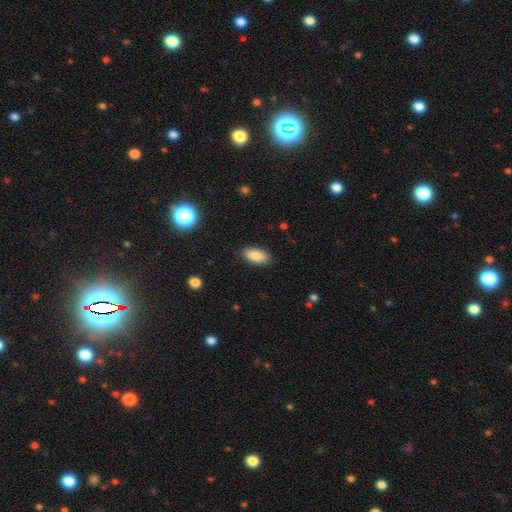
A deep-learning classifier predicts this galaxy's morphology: A smooth galaxy with no disk features (87%) that is in between round and cigar-shaped (89%).

Vote fractions:
- Smooth or featured? smooth: 87% / star or artifact: 7% / featured or disk: 6%
- How rounded? in between: 89% / cigar-shaped: 9% / round: 2%
- Merging? none: 89% / minor disturbance: 8% / major disturbance: 2% / merger: 1%